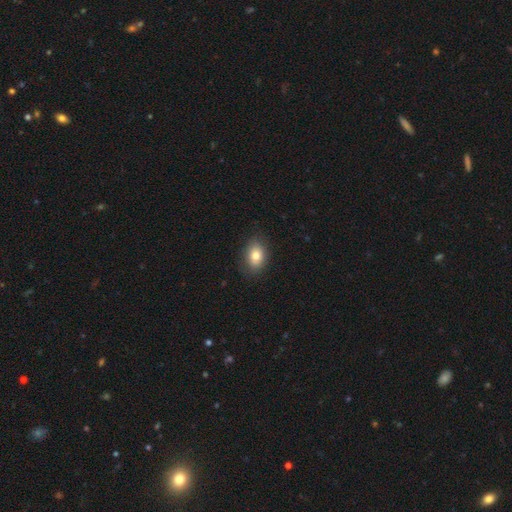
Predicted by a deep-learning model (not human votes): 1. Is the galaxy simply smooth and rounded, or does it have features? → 83% smooth, 9% featured or disk, 8% star or artifact.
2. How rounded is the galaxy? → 83% in between, 16% round, 1% cigar-shaped.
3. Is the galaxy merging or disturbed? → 85% none, 11% minor disturbance, 3% major disturbance, 1% merger.